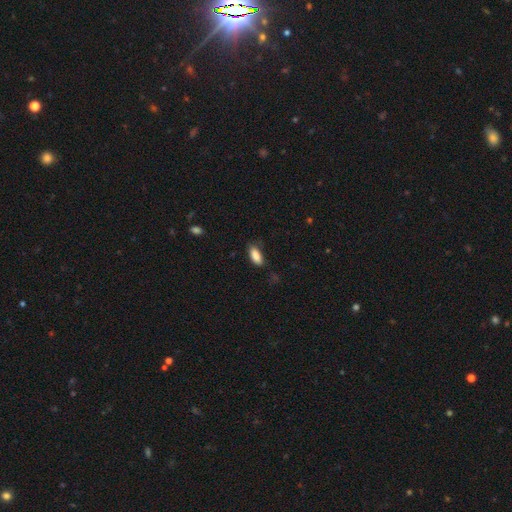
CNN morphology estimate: A smooth galaxy with no disk features (87%) that is in between round and cigar-shaped (84%). Merging: none (74%).